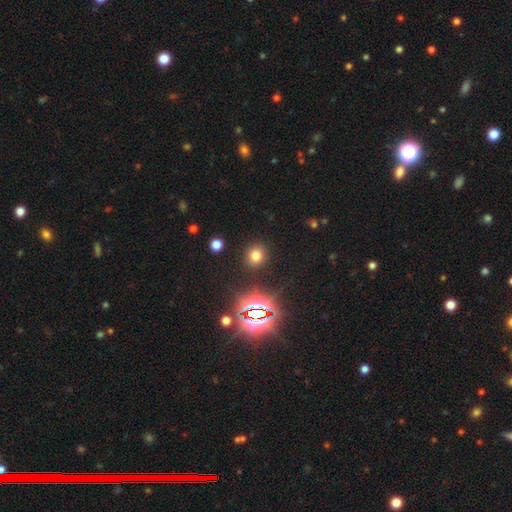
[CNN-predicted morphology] type=smooth (71%); roundness=round (80%); merging=none (88%).